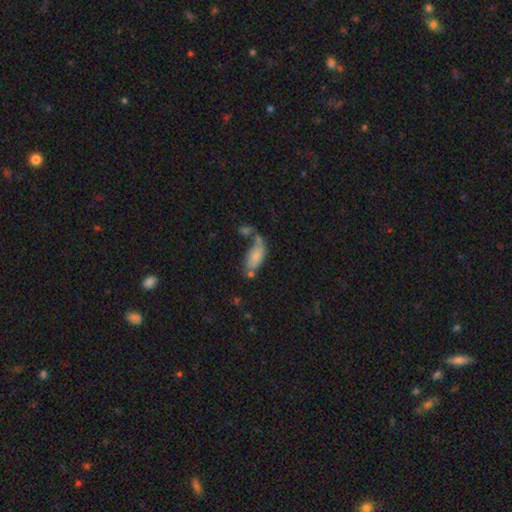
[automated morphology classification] Smooth or featured?
  - smooth: 73% *
  - featured or disk: 19%
  - star or artifact: 8%
How rounded?
  - in between: 87% *
  - cigar-shaped: 10%
  - round: 3%
Merging?
  - none: 37% *
  - merger: 28%
  - minor disturbance: 20%
  - major disturbance: 15%